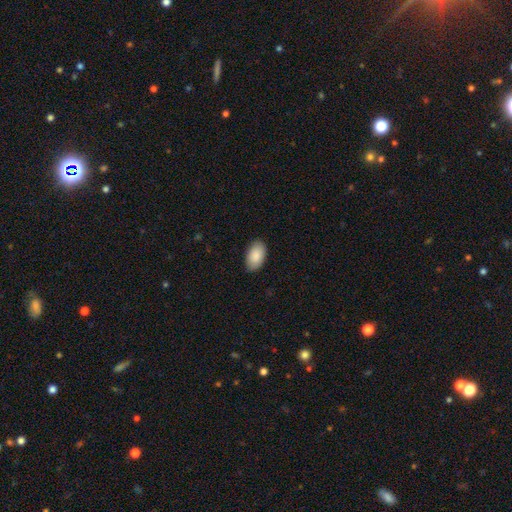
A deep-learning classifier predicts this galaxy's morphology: smooth 90%, star or artifact 6%, featured or disk 5%. Down the decision tree: how rounded — in between (95%); merging — none (87%).